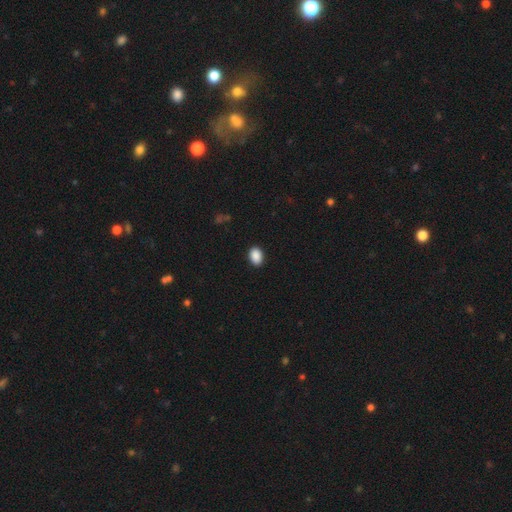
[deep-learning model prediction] This is clearly a smooth galaxy (90%). How rounded: clearly in between (80%). Merging: clearly none (90%).